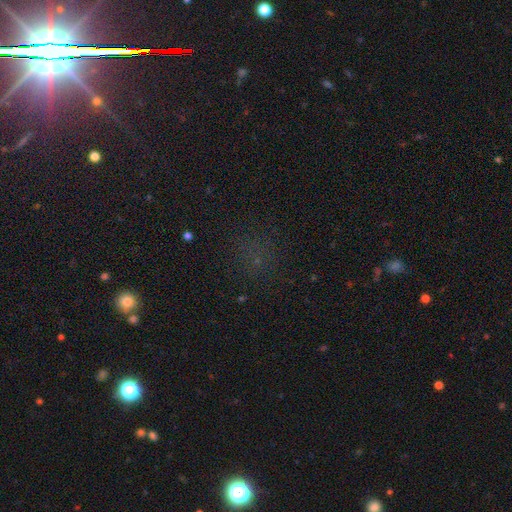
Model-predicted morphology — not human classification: type=star or artifact (53%).